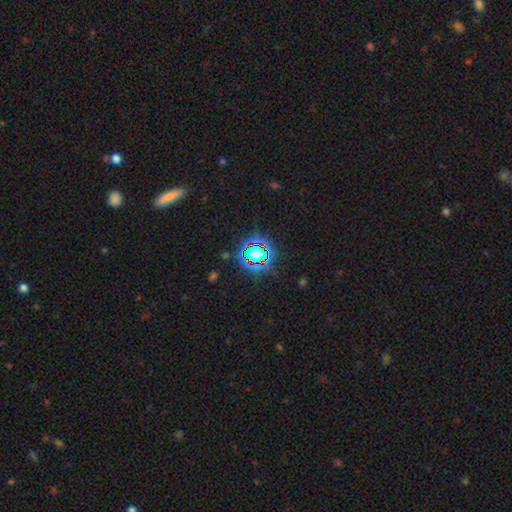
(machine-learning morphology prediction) The model was most divided on "smooth or featured": star or artifact: 72%, smooth: 19%, featured or disk: 9%.